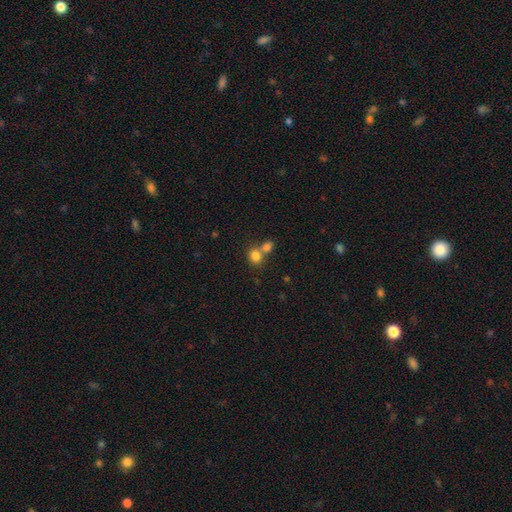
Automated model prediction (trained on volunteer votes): Overall: smooth (81%). How rounded: round (66%; in between 33%). Merging: merger (49%; none 41%).